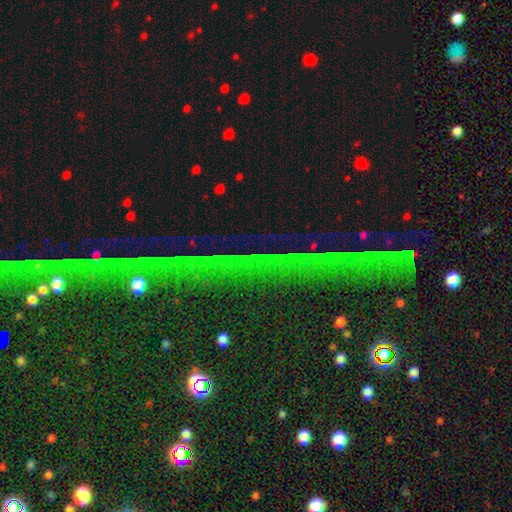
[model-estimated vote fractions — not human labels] Overall: star or artifact (83%).